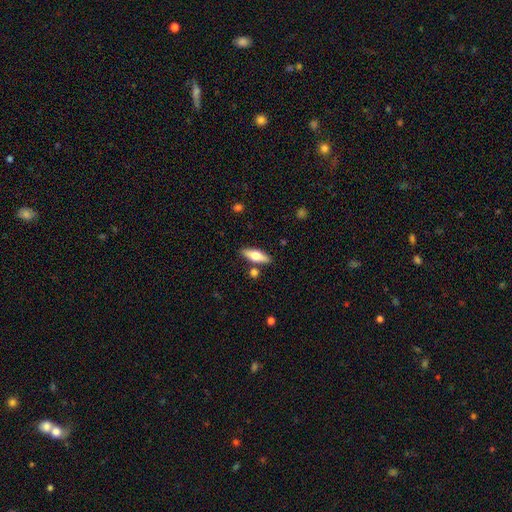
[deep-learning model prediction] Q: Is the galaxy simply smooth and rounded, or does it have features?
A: smooth — 56%.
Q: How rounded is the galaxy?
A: in between — 52%.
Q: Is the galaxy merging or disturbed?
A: none — 83%.